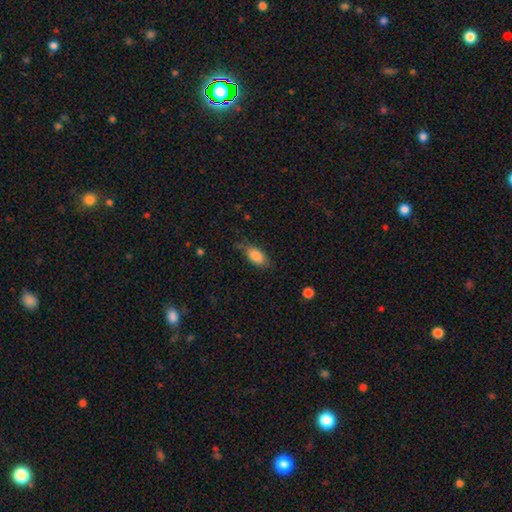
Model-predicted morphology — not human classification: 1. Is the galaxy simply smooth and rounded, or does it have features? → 82% smooth, 11% featured or disk, 7% star or artifact.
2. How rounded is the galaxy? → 89% in between, 8% cigar-shaped, 3% round.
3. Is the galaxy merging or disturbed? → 64% none, 27% minor disturbance, 7% major disturbance, 2% merger.